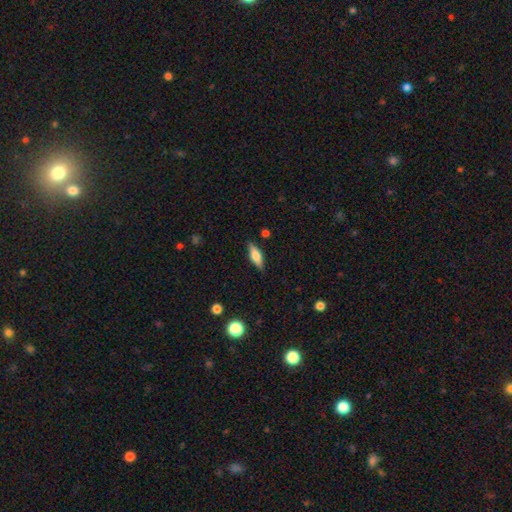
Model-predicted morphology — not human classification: This is likely a smooth galaxy (61%). How rounded: possibly in between (54%). Merging: clearly none (85%).